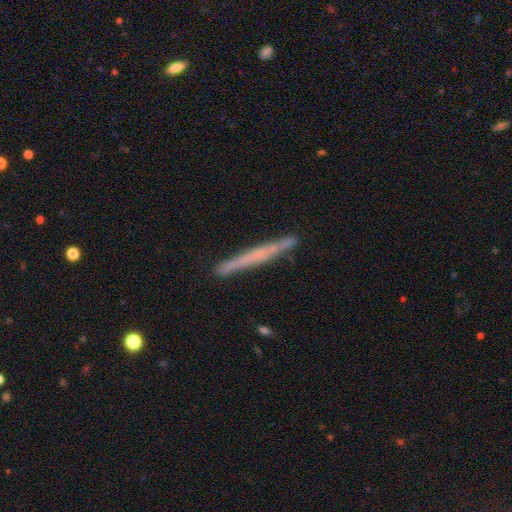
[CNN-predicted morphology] The model was most divided on "smooth or featured": featured or disk: 48%, smooth: 45%, star or artifact: 7%. More confident: merging — none (89%).